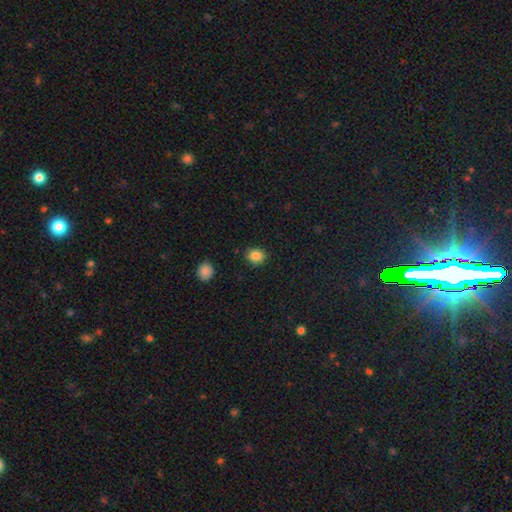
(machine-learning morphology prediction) Smooth or featured?
  - smooth: 86% *
  - star or artifact: 10%
  - featured or disk: 4%
How rounded?
  - round: 61% *
  - in between: 38%
  - cigar-shaped: 1%
Merging?
  - none: 87% *
  - minor disturbance: 9%
  - major disturbance: 2%
  - merger: 2%